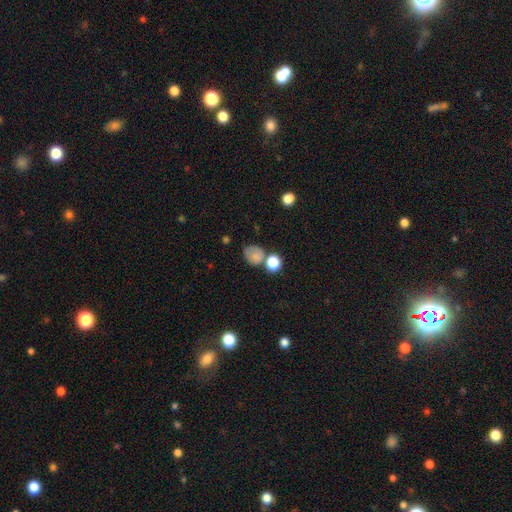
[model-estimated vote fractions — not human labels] Overall: smooth (75%). How rounded: round (61%; in between 38%). Merging: none (51%; merger 21%).